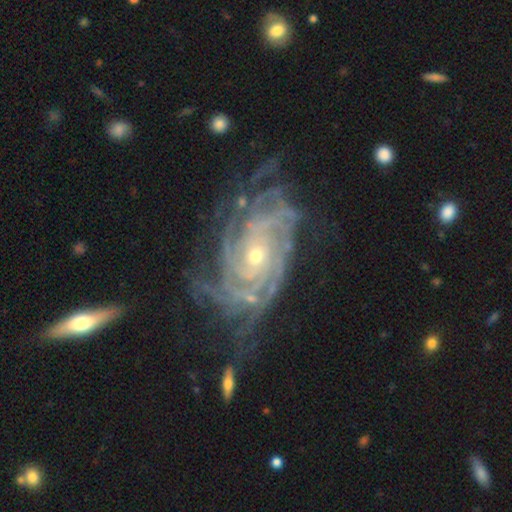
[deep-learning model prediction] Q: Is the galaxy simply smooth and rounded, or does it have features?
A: featured or disk — 91%.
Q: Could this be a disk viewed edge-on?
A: no — 96%.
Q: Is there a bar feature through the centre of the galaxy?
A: no — 70%.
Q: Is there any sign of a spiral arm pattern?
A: yes — 98%.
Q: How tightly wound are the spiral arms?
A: tight — 75%.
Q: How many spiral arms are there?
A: can't tell — 25%, tied with 4.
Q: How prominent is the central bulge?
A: small — 61%.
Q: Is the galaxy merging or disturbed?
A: none — 59%.